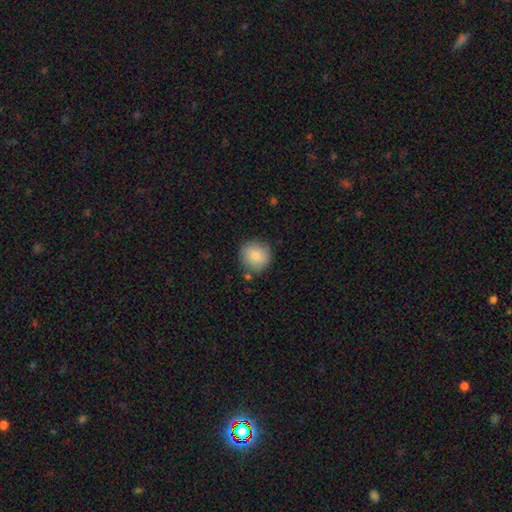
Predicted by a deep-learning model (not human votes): Smooth or featured?
  - smooth: 83% *
  - featured or disk: 9%
  - star or artifact: 8%
How rounded?
  - round: 91% *
  - in between: 8%
  - cigar-shaped: 1%
Merging?
  - none: 80% *
  - minor disturbance: 13%
  - merger: 4%
  - major disturbance: 3%